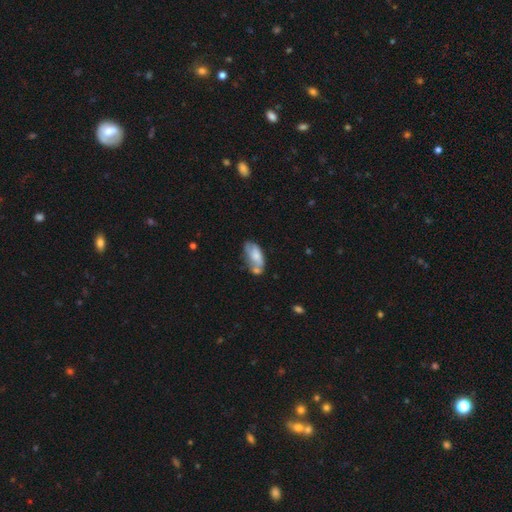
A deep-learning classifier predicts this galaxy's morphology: Smooth or featured? smooth (59%)
How rounded? in between (88%)
Merging? none (36%)